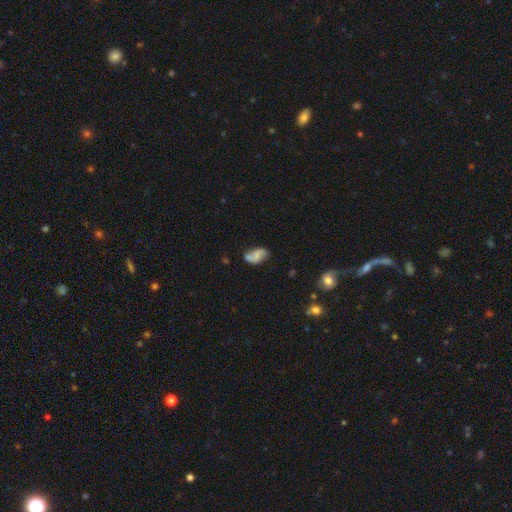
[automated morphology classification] Smooth or featured? Predicted: featured or disk (p=0.46). Merging? Predicted: none (p=0.52).